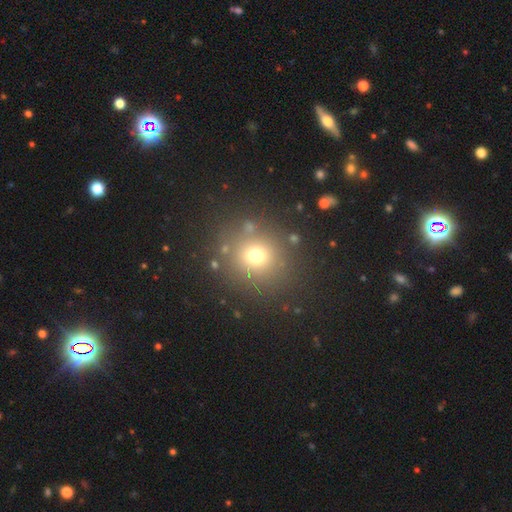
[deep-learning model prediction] The model was most divided on "smooth or featured": smooth: 69%, star or artifact: 21%, featured or disk: 10%. More confident: how rounded — round (87%); merging — none (83%).